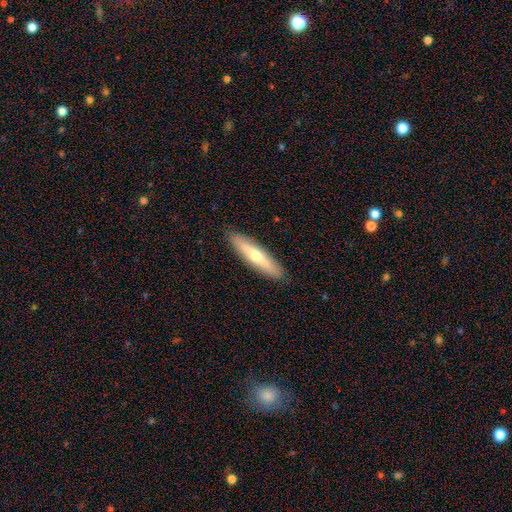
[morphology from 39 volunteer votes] This appears to be a smooth galaxy with no disk features (51%) that is cigar-shaped (75%). Merging: none (92%).